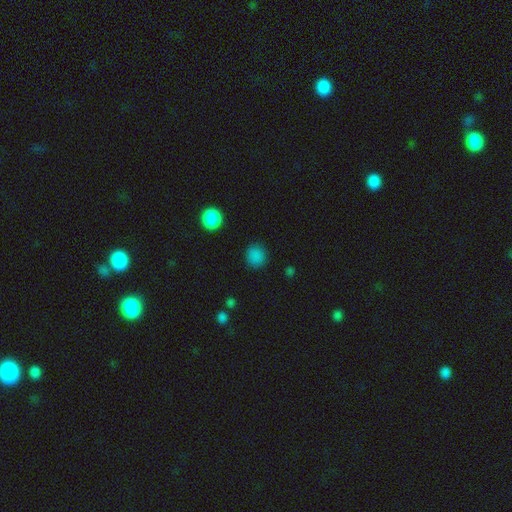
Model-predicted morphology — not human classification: A smooth galaxy with no disk features (85%) that is round (88%). Merging: none (88%).